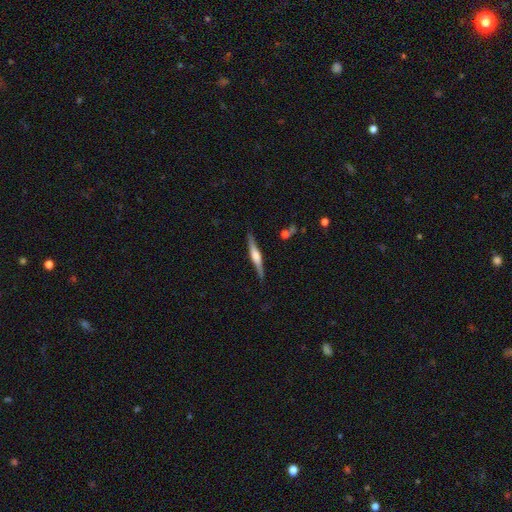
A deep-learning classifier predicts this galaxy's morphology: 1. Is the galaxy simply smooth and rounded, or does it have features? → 69% featured or disk, 25% smooth, 5% star or artifact.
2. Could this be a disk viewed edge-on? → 97% yes, 3% no.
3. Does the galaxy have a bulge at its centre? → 72% rounded, 21% boxy, 7% none.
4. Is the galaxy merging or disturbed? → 86% none, 10% minor disturbance, 2% major disturbance, 2% merger.